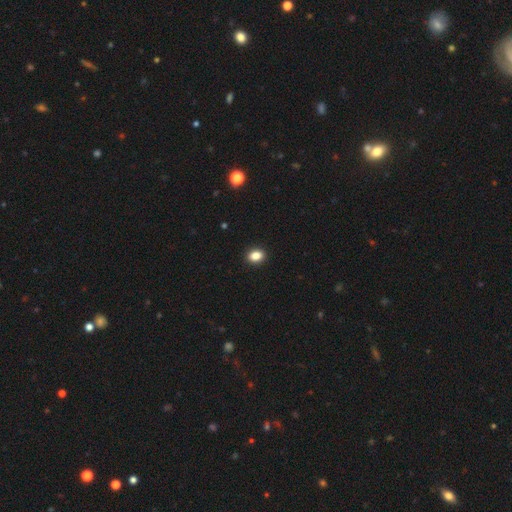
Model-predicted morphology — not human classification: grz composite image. It shows a smooth galaxy with no disk features (86%) that is in between round and cigar-shaped (65%). Merging: none (91%).